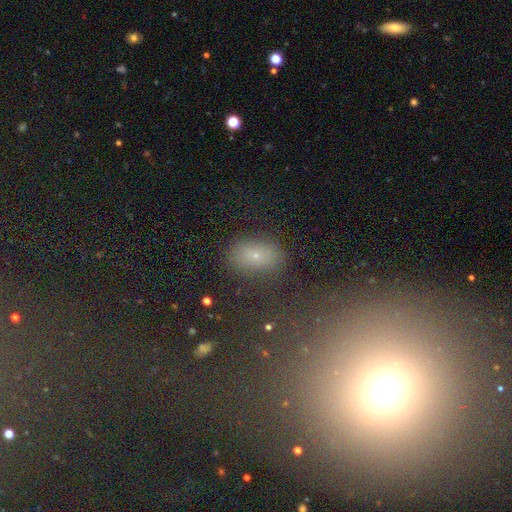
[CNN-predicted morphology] type=smooth (65%); roundness=in between (86%); merging=none (83%).